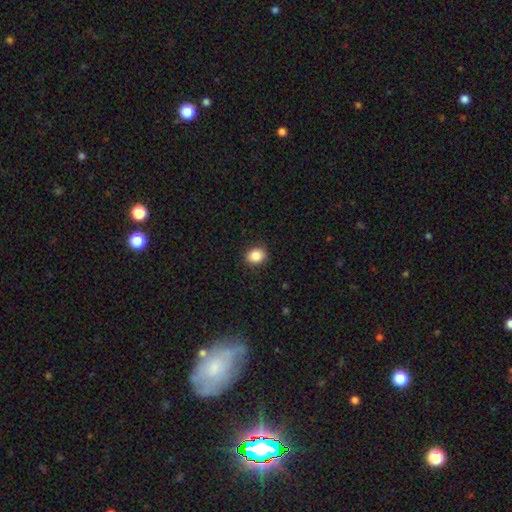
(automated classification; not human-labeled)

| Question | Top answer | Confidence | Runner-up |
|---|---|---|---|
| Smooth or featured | smooth | 86% | star or artifact (9%) |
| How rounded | round | 66% | in between (33%) |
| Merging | none | 90% | minor disturbance (7%) |